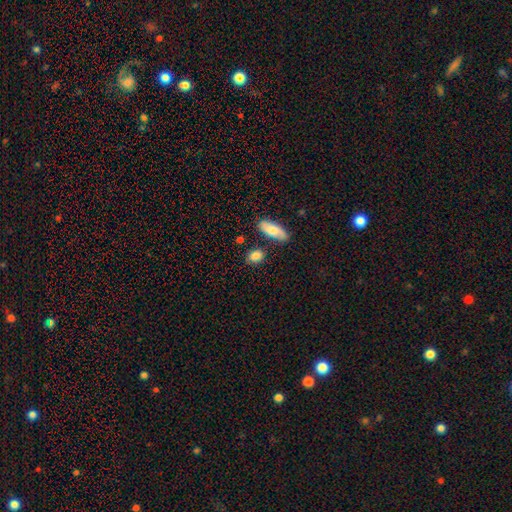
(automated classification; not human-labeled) smooth_or_featured: smooth (p=0.82) [alt: featured or disk p=0.09]
how_rounded: in between (p=0.64) [alt: round p=0.31]
merging: none (p=0.76) [alt: minor disturbance p=0.13]